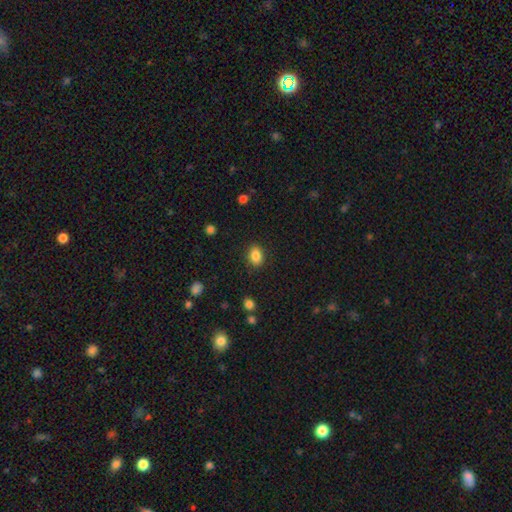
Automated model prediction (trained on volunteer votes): Overall: smooth (86%). How rounded: in between (70%). Merging: none (87%).